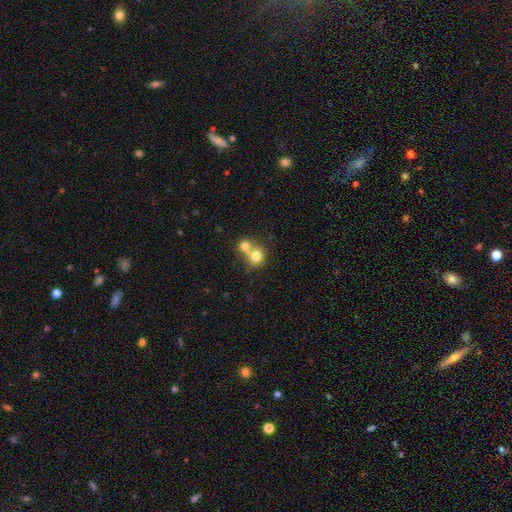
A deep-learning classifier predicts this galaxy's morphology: This is likely a smooth galaxy (74%). How rounded: likely round (73%). Merging: likely merger (63%).